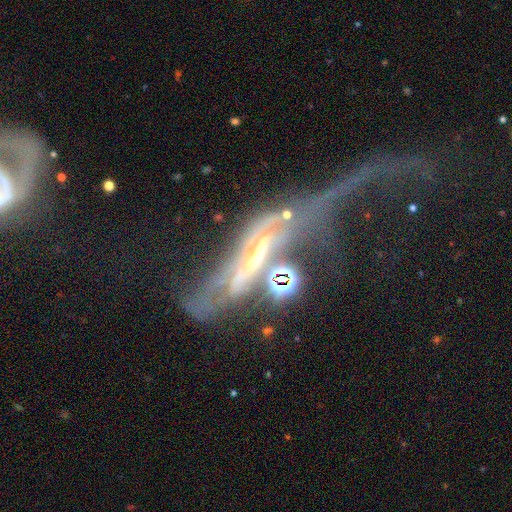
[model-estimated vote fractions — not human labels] This is likely a featured or disk galaxy (73%). It is possibly not viewed edge-on (56%). Merging: possibly major disturbance (53%).